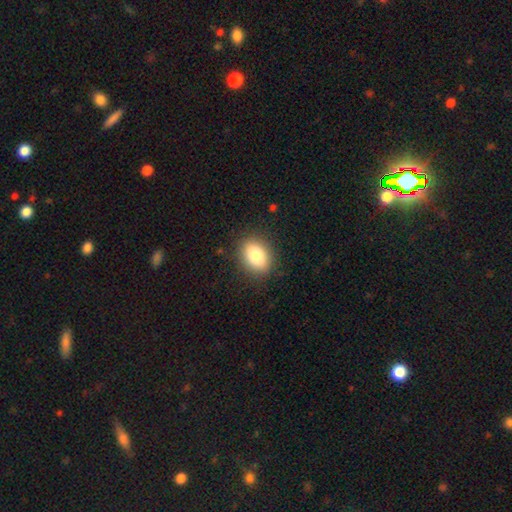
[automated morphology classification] smooth_or_featured: smooth (p=0.82) [alt: featured or disk p=0.09]
how_rounded: in between (p=0.67) [alt: round p=0.31]
merging: none (p=0.87) [alt: minor disturbance p=0.09]